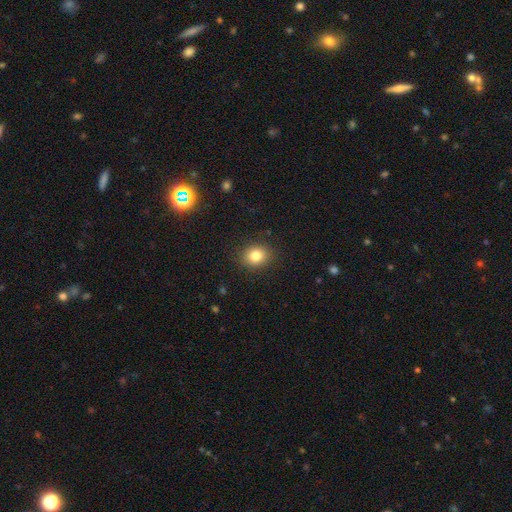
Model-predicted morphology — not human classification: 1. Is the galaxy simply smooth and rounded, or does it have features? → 81% smooth, 11% star or artifact, 8% featured or disk.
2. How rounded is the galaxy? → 62% round, 37% in between, 1% cigar-shaped.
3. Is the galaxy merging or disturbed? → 89% none, 8% minor disturbance, 3% major disturbance, 1% merger.